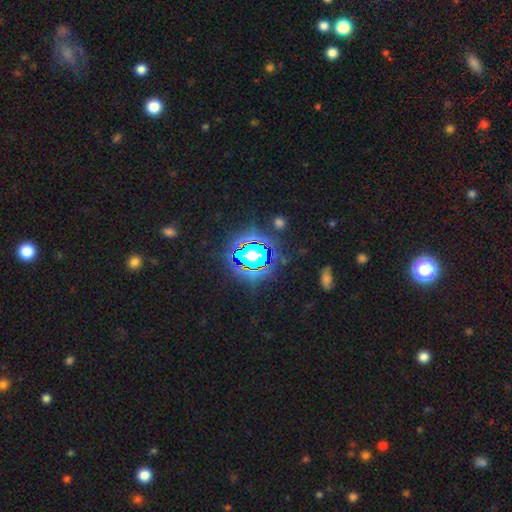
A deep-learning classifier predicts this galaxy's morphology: This is likely a star or artifact rather than a galaxy (76%).